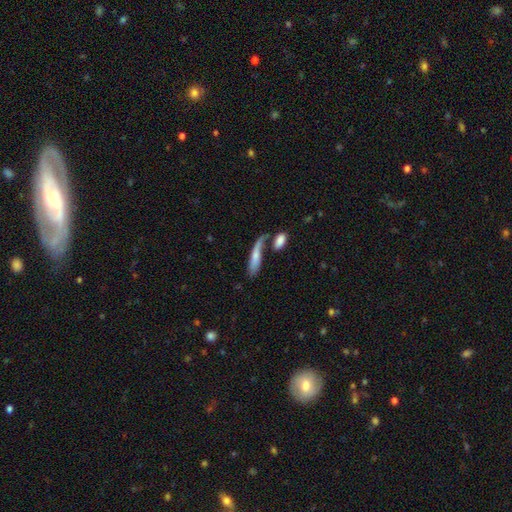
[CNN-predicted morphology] Smooth or featured?
  - smooth: 66% *
  - featured or disk: 27%
  - star or artifact: 7%
How rounded?
  - cigar-shaped: 68% *
  - in between: 29%
  - round: 3%
Merging?
  - none: 39% *
  - merger: 32%
  - minor disturbance: 15%
  - major disturbance: 14%